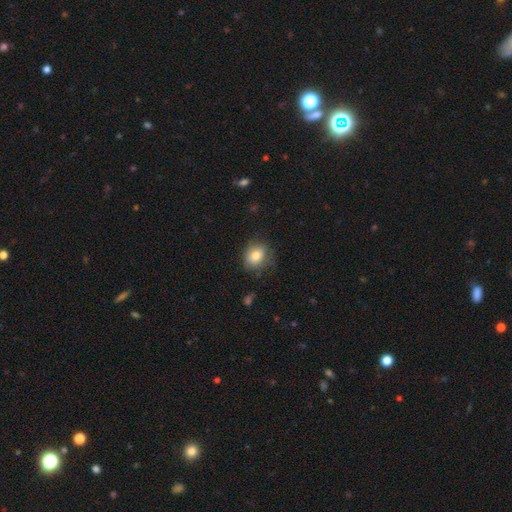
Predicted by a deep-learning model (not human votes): A smooth galaxy with no disk features (79%) that is round (65%).

Vote fractions:
- Smooth or featured? smooth: 79% / featured or disk: 12% / star or artifact: 9%
- How rounded? round: 65% / in between: 34% / cigar-shaped: 1%
- Merging? none: 74% / minor disturbance: 19% / major disturbance: 5% / merger: 1%